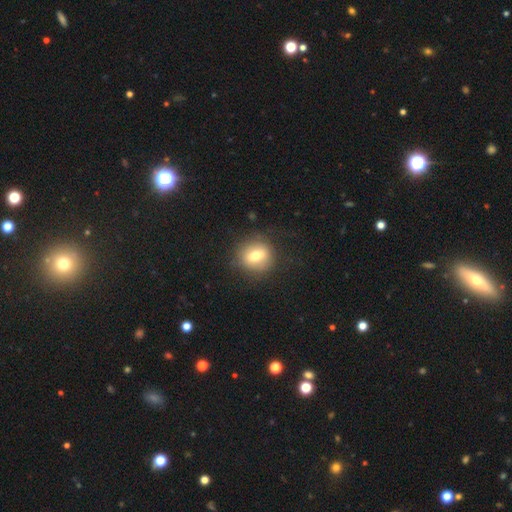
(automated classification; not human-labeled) Smooth or featured? Predicted: smooth (p=0.68). How rounded? Predicted: round (p=0.74). Merging? Predicted: none (p=0.82).